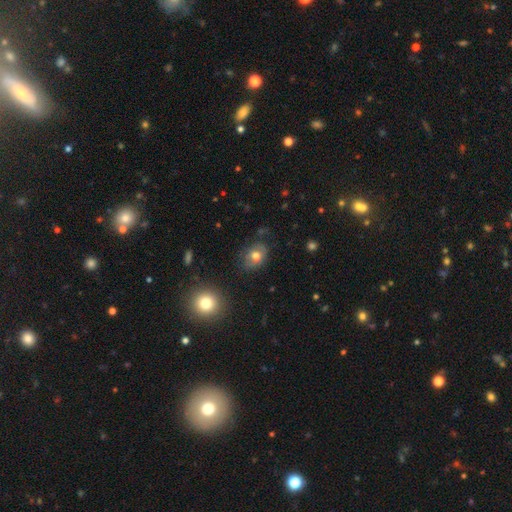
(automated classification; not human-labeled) This appears to be a smooth galaxy with no disk features (66%) that is in between round and cigar-shaped (62%). Merging: none (70%).